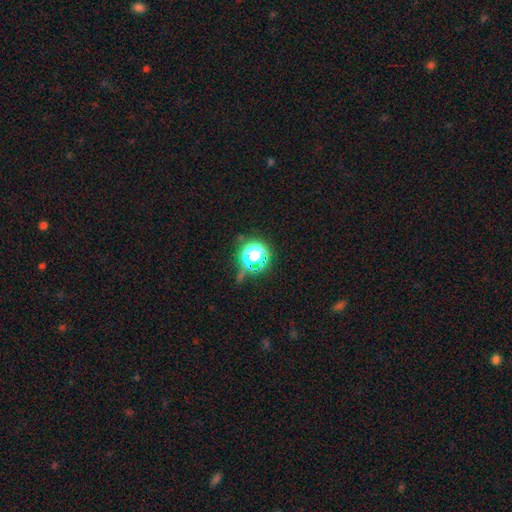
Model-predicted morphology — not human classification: Overall: star or artifact (54%; smooth 37%).